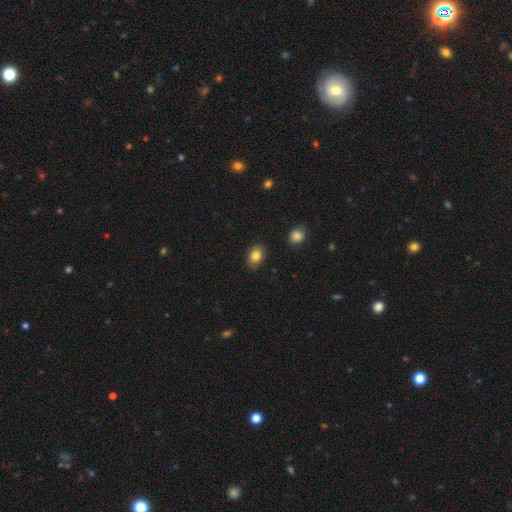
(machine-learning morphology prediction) This appears to be a smooth galaxy with no disk features (83%) that is in between round and cigar-shaped (79%). Merging: none (85%).